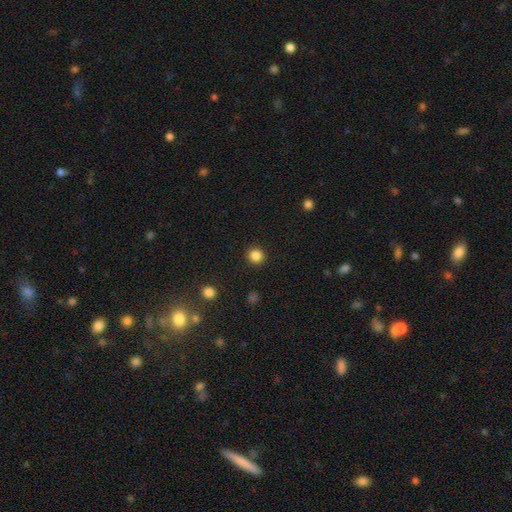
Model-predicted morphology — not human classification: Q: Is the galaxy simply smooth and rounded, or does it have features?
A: smooth — 85%.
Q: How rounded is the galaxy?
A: round — 94%.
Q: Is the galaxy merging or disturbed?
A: none — 92%.